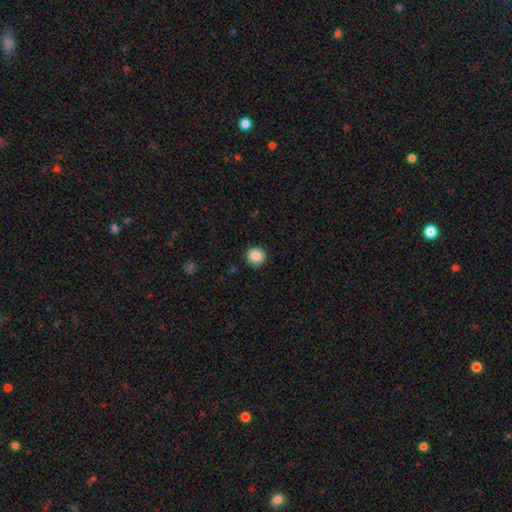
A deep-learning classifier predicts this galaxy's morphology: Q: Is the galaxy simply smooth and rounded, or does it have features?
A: smooth — 87%.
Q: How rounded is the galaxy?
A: round — 95%.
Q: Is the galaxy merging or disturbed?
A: none — 91%.